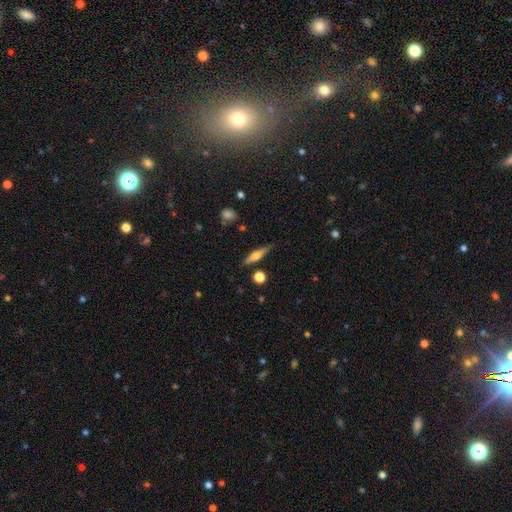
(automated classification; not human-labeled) smooth_or_featured: smooth (p=0.48) [alt: featured or disk p=0.44]
merging: none (p=0.83) [alt: minor disturbance p=0.12]